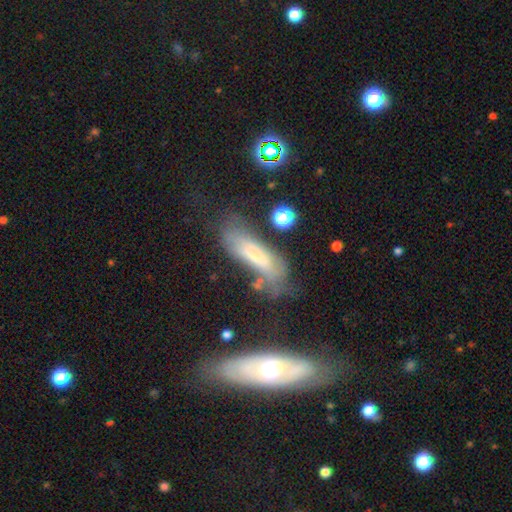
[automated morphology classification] smooth_or_featured: smooth (p=0.50) [alt: featured or disk p=0.40]
merging: none (p=0.49) [alt: minor disturbance p=0.26]